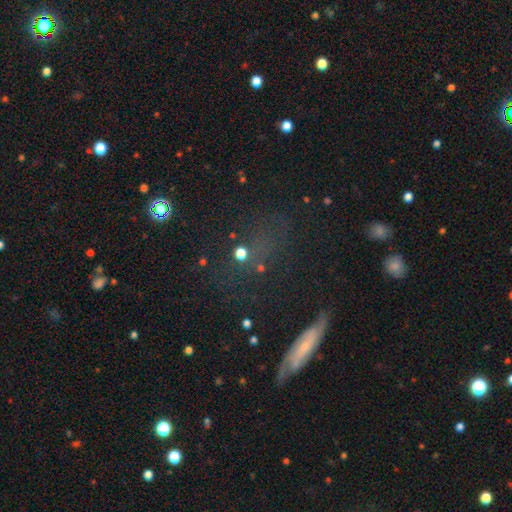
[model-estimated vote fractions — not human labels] smooth_or_featured: star or artifact (p=0.43) [alt: smooth p=0.39]